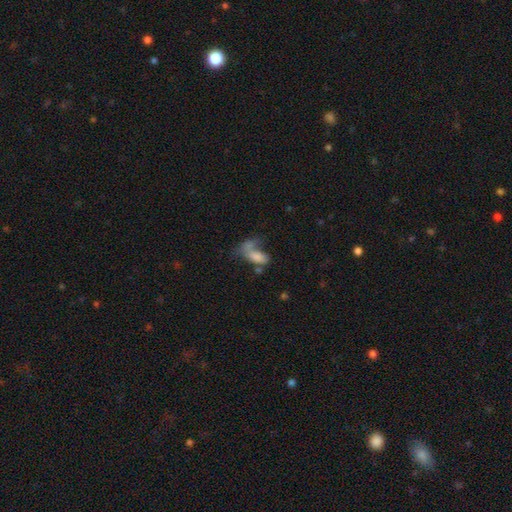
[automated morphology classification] smooth 69%, featured or disk 20%, star or artifact 10%. Down the decision tree: how rounded — in between (87%); merging — merger (40%).